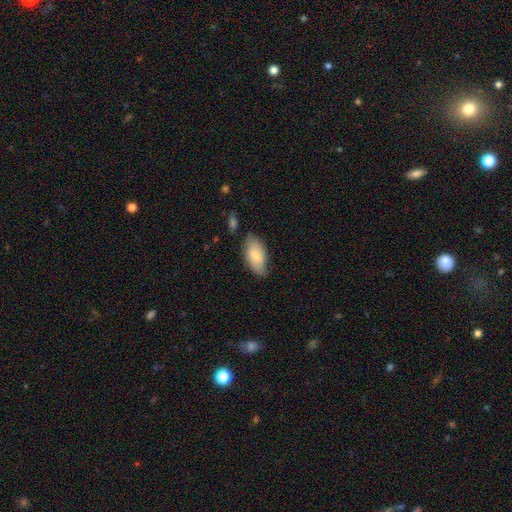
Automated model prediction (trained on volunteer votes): A smooth galaxy with no disk features (76%) that is in between round and cigar-shaped (92%). Merging: none (68%).